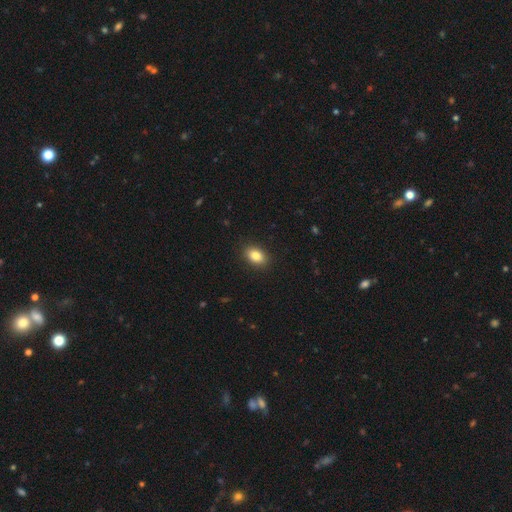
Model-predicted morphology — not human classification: This appears to be a smooth galaxy with no disk features (85%) that is in between round and cigar-shaped (83%). Merging: none (89%).